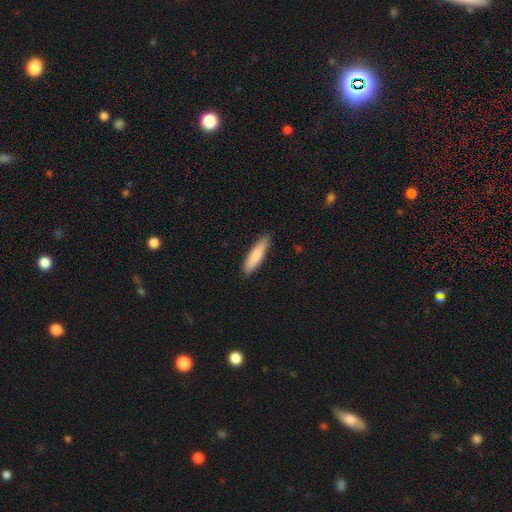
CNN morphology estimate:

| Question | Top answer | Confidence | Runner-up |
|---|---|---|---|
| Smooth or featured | smooth | 84% | featured or disk (11%) |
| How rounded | cigar-shaped | 79% | in between (19%) |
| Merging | none | 88% | minor disturbance (9%) |